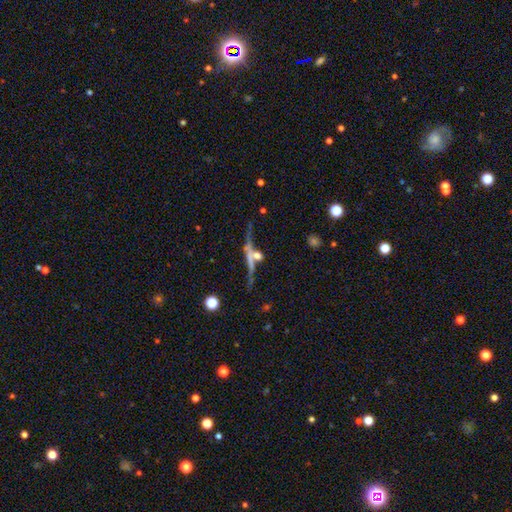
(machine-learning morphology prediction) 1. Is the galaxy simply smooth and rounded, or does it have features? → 62% featured or disk, 24% smooth, 14% star or artifact.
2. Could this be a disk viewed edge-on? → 86% yes, 14% no.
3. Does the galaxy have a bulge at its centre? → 44% none, 43% rounded, 13% boxy.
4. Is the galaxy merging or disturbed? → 57% none, 20% merger, 14% minor disturbance, 8% major disturbance.